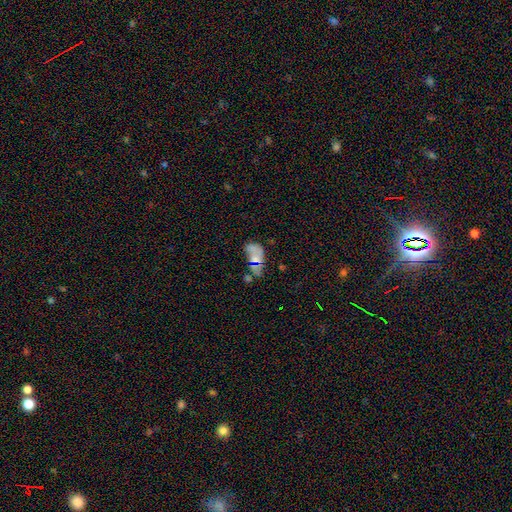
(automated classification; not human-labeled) Q: Smooth or featured?
A: smooth (51%); runner-up: featured or disk (27%)
Q: How rounded?
A: in between (86%); runner-up: round (9%)
Q: Merging?
A: none (35%); runner-up: major disturbance (23%)